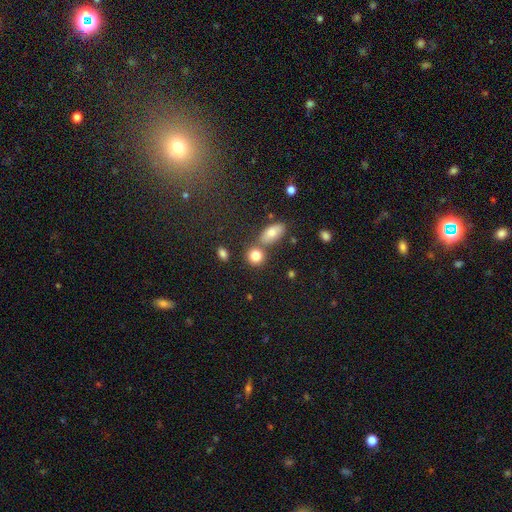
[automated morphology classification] A smooth galaxy with no disk features (81%) that is round (72%). Merging: none (65%).